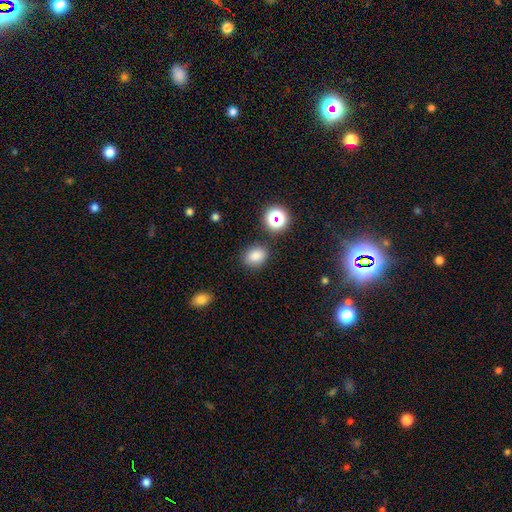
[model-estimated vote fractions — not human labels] smooth_or_featured: smooth (p=0.81) [alt: star or artifact p=0.13]
how_rounded: in between (p=0.58) [alt: round p=0.41]
merging: none (p=0.81) [alt: minor disturbance p=0.11]